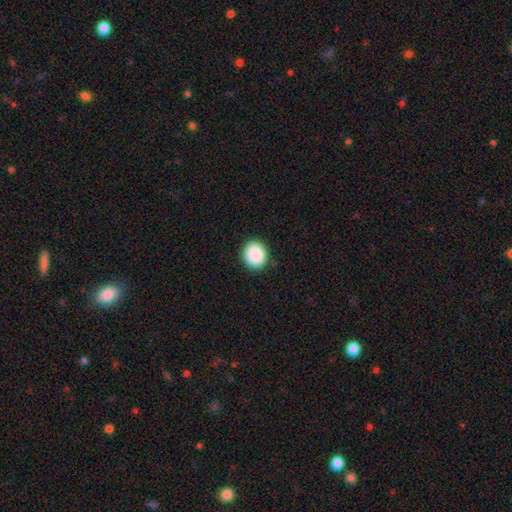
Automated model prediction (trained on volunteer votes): smooth-or-featured: smooth: 89% | star or artifact: 8% | featured or disk: 3%
  how-rounded: round: 76% | in between: 23% | cigar-shaped: 1%
  merging: none: 90% | minor disturbance: 7% | major disturbance: 2% | merger: 1%